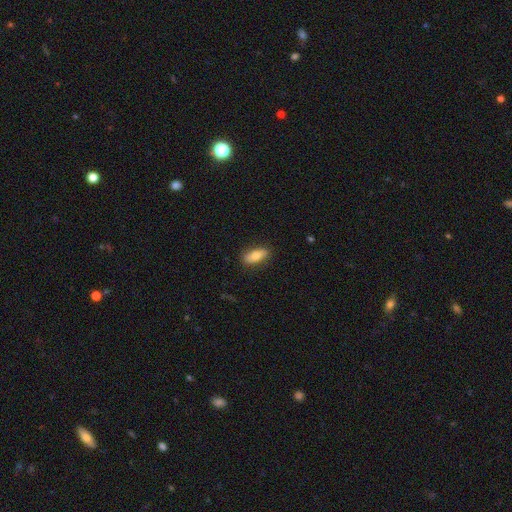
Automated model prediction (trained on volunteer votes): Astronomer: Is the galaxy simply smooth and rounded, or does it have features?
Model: smooth — 75%.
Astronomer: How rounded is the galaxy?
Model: in between — 76%.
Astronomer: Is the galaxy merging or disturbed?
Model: none — 85%.